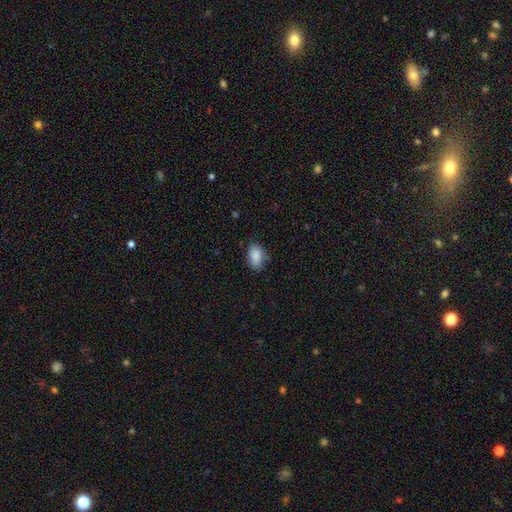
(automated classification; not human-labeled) Smooth or featured? smooth (86%)
How rounded? in between (88%)
Merging? none (66%)